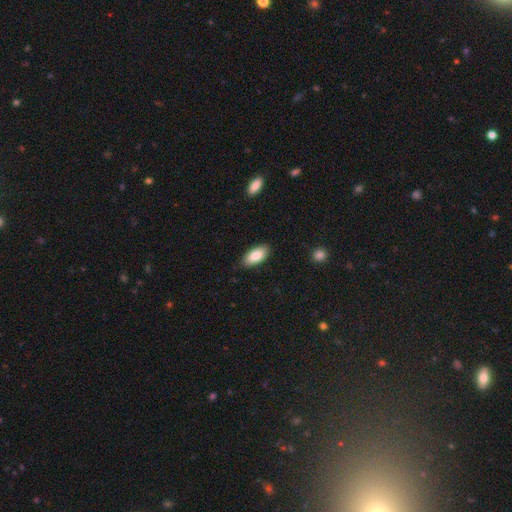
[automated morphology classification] This appears to be a smooth galaxy with no disk features (85%) that is in between round and cigar-shaped (92%). Merging: none (87%).